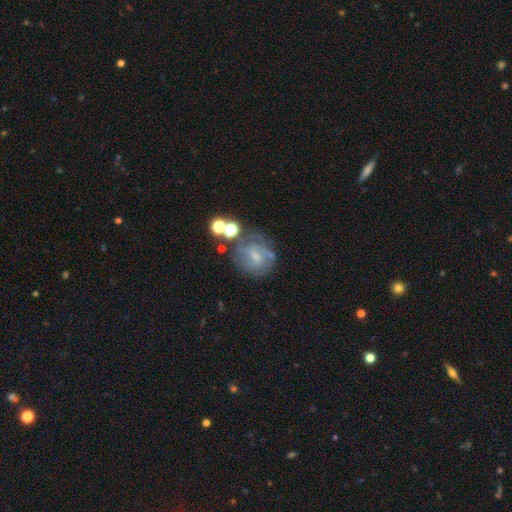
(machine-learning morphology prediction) smooth-or-featured: featured or disk: 63% | smooth: 25% | star or artifact: 12%
  disk-edge-on: no: 97% | yes: 3%
    bar: weak: 48% | no: 41% | strong: 11%
    has-spiral-arms: yes: 81% | no: 19%
    bulge-size: small: 59% | moderate: 24% | none: 14% | large: 2% | dominant: 1%
  merging: none: 58% | minor disturbance: 19% | major disturbance: 13% | merger: 10%